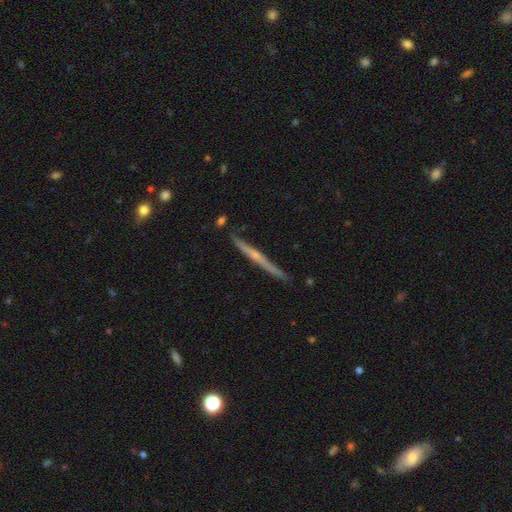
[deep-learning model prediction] Overall: featured or disk (73%). Edge-on disk: yes (98%). Edge-on bulge: rounded (56%; none 39%). Merging: none (84%).